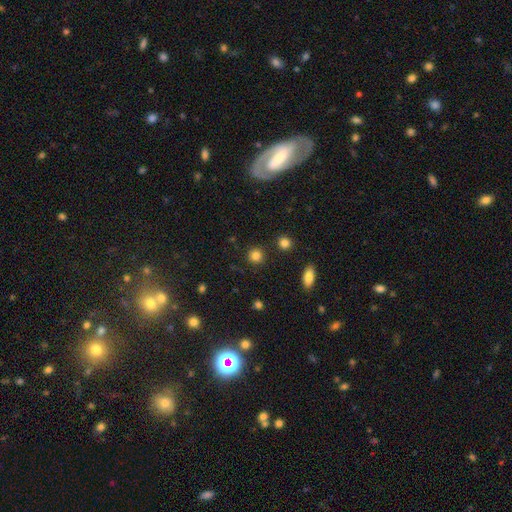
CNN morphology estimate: This is clearly a smooth galaxy (84%). How rounded: clearly round (92%). Merging: clearly none (90%).